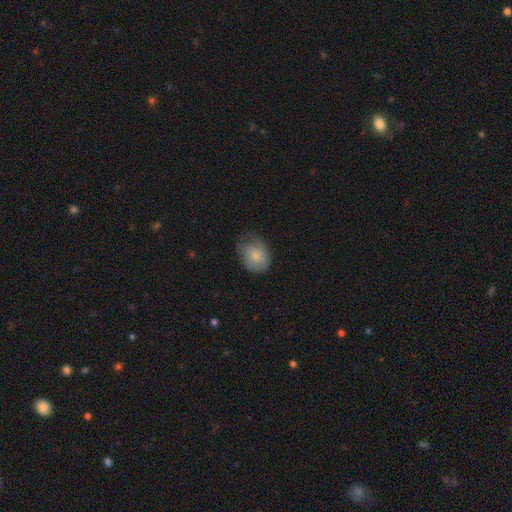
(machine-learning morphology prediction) smooth 72%, featured or disk 21%, star or artifact 7%. Down the decision tree: how rounded — in between (59%); merging — none (45%).